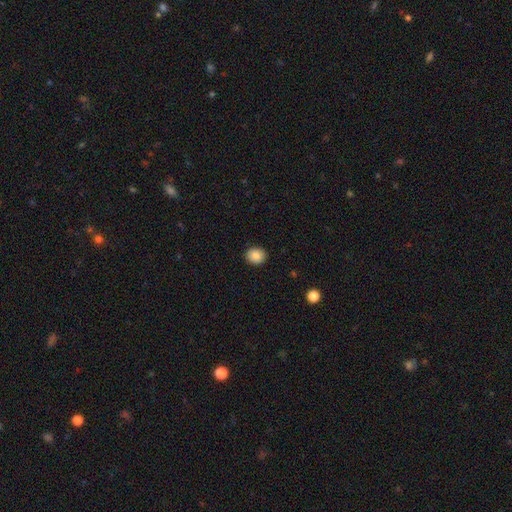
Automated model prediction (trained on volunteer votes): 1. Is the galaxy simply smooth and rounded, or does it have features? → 85% smooth, 8% star or artifact, 7% featured or disk.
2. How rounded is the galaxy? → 68% round, 32% in between, 1% cigar-shaped.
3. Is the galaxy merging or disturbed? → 90% none, 7% minor disturbance, 2% major disturbance, 1% merger.